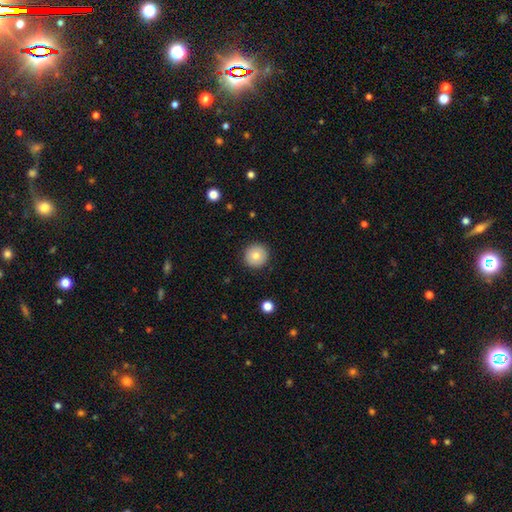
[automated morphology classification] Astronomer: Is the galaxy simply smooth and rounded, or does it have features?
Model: smooth — 79%.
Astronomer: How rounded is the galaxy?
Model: round — 96%.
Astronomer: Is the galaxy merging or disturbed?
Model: none — 92%.